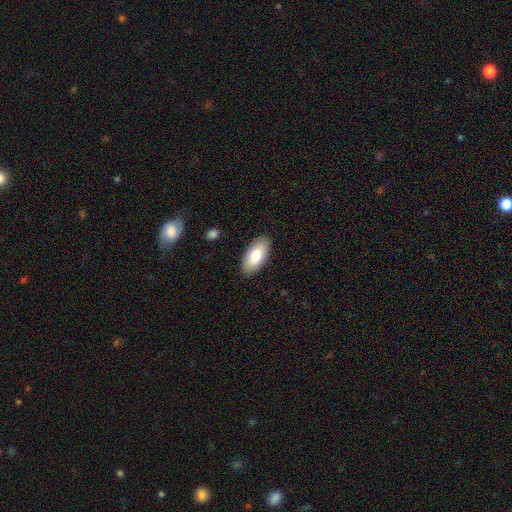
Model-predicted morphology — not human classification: This is likely a smooth galaxy (78%). How rounded: clearly in between (92%). Merging: clearly none (88%).